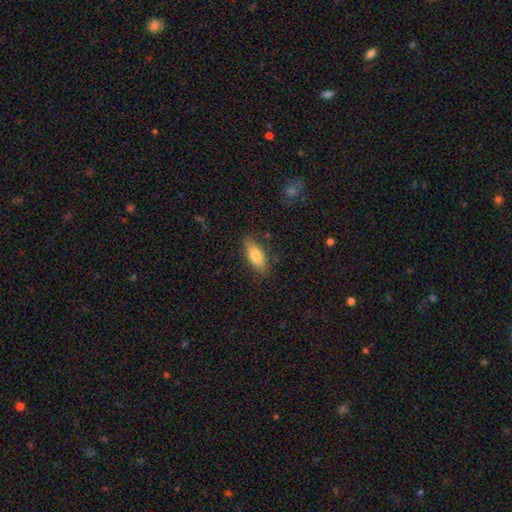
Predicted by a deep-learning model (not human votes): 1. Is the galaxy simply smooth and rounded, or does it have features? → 78% smooth, 16% featured or disk, 7% star or artifact.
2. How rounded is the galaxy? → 74% in between, 24% cigar-shaped, 2% round.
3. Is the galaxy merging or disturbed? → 81% none, 15% minor disturbance, 3% major disturbance, 2% merger.